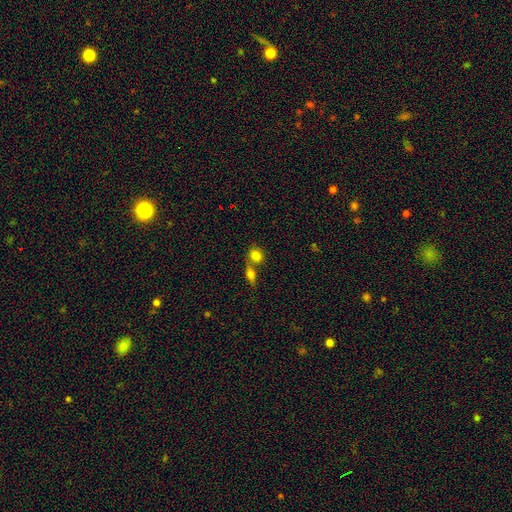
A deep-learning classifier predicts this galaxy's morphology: Smooth or featured?
  - smooth: 81% *
  - featured or disk: 10%
  - star or artifact: 9%
How rounded?
  - round: 52% *
  - in between: 46%
  - cigar-shaped: 3%
Merging?
  - merger: 46% *
  - none: 42%
  - minor disturbance: 9%
  - major disturbance: 4%